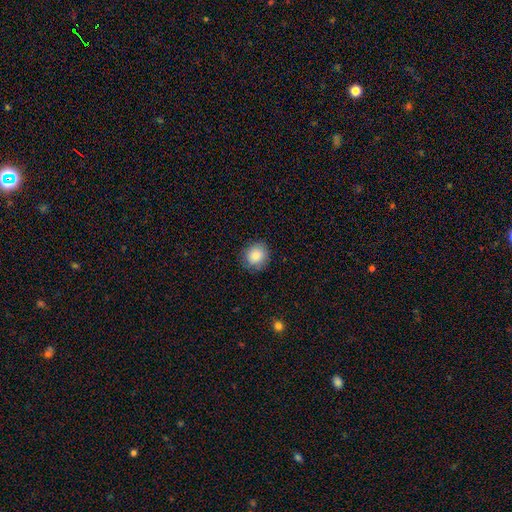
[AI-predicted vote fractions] smooth_or_featured: smooth (p=0.86) [alt: star or artifact p=0.08]
how_rounded: round (p=0.84) [alt: in between p=0.16]
merging: none (p=0.86) [alt: minor disturbance p=0.10]